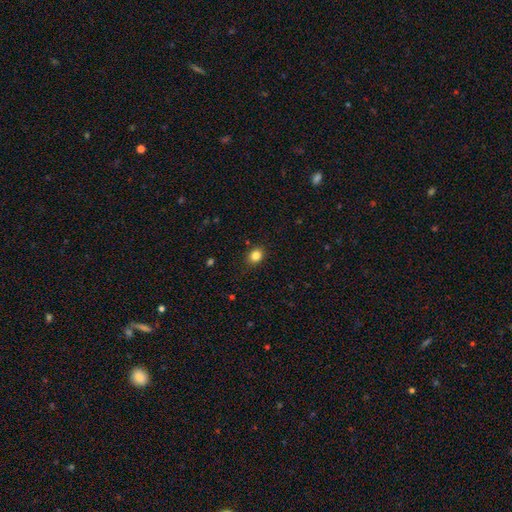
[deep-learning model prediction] Overall: smooth (84%). How rounded: round (61%; in between 38%). Merging: none (88%).